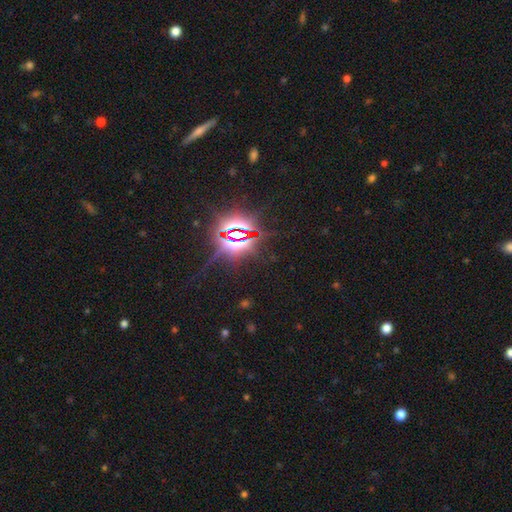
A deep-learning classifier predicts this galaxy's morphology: The model was most divided on "smooth or featured": star or artifact: 84%, smooth: 9%, featured or disk: 8%.